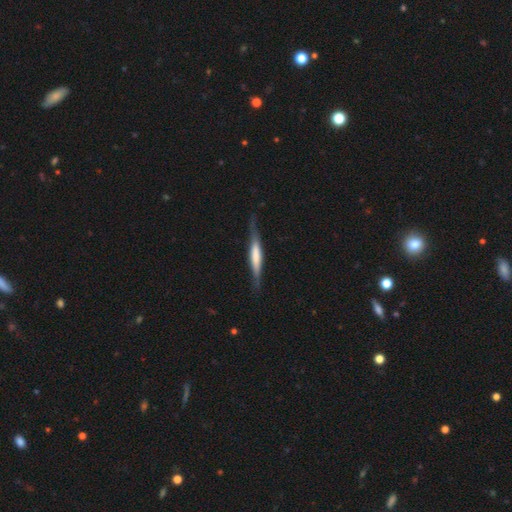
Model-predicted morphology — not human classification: This is possibly a featured or disk galaxy (54%). It is clearly viewed edge-on (94%). Edge-on bulge: possibly boxy (45%). Merging: likely none (77%).